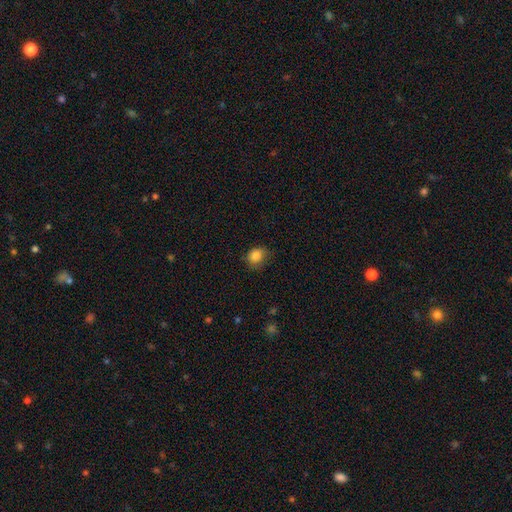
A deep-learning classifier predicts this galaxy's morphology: Overall: smooth (85%). How rounded: round (60%; in between 39%). Merging: none (66%; minor disturbance 26%).